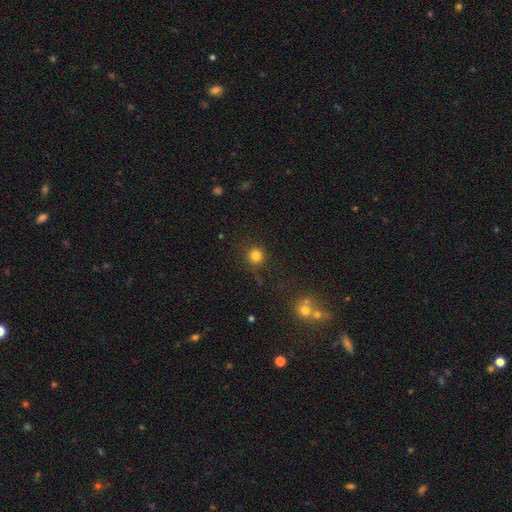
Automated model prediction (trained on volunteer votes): Q: Smooth or featured?
A: smooth (80%); runner-up: star or artifact (15%)
Q: How rounded?
A: round (94%); runner-up: in between (5%)
Q: Merging?
A: none (84%); runner-up: minor disturbance (9%)